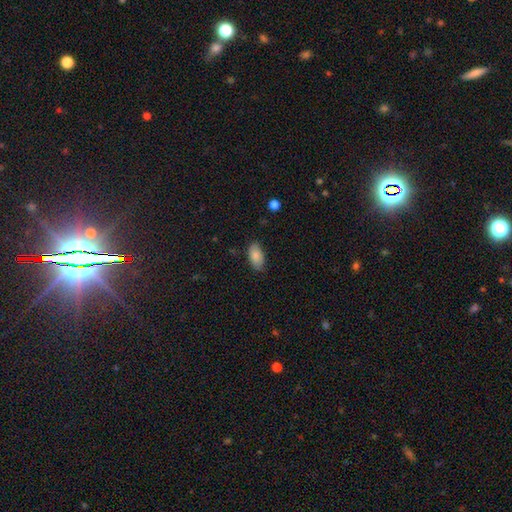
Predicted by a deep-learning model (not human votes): This is clearly a smooth galaxy (86%). How rounded: clearly in between (94%). Merging: clearly none (82%).